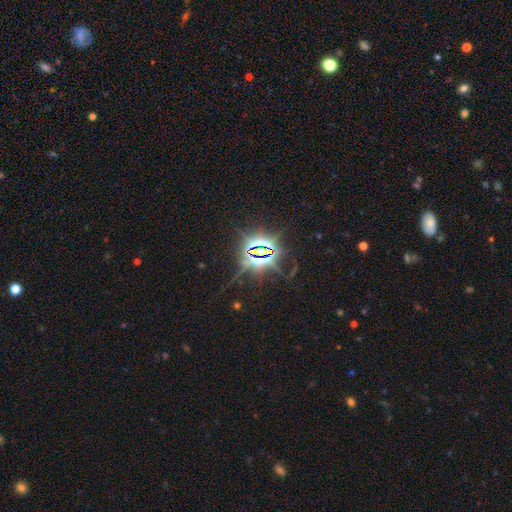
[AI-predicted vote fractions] smooth-or-featured: star or artifact: 84% | featured or disk: 8% | smooth: 7%